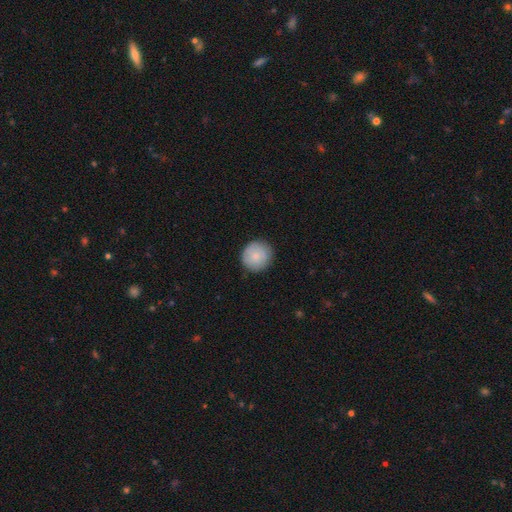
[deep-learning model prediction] smooth-or-featured: smooth: 83% | featured or disk: 11% | star or artifact: 6%
  how-rounded: round: 92% | in between: 7% | cigar-shaped: 1%
  merging: none: 87% | minor disturbance: 10% | major disturbance: 2% | merger: 1%